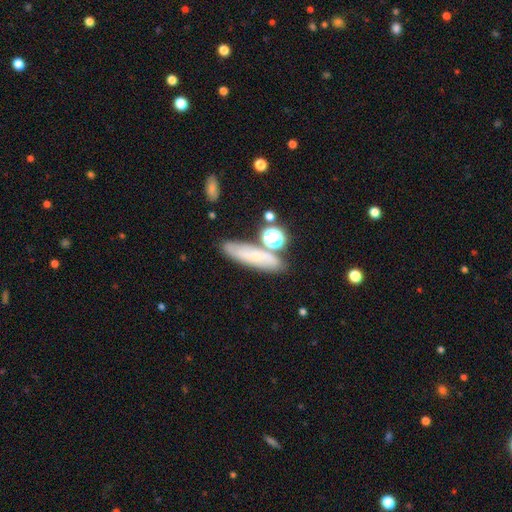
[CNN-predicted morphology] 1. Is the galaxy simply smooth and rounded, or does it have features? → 59% smooth, 26% featured or disk, 15% star or artifact.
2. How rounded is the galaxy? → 59% cigar-shaped, 31% in between, 10% round.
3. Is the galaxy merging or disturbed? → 66% none, 16% minor disturbance, 13% merger, 5% major disturbance.